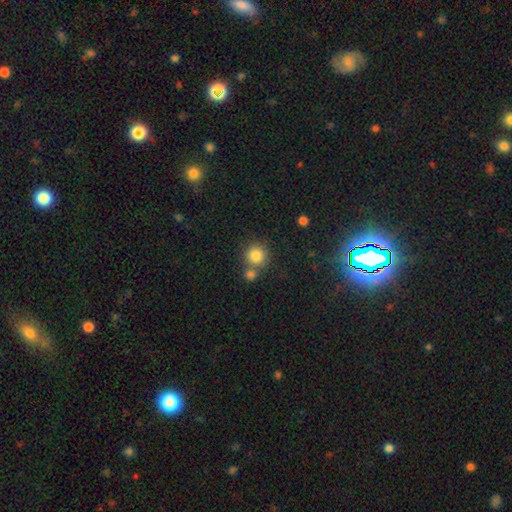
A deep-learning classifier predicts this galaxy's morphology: smooth_or_featured: smooth (p=0.82) [alt: star or artifact p=0.11]
how_rounded: round (p=0.92) [alt: in between p=0.07]
merging: none (p=0.64) [alt: merger p=0.26]